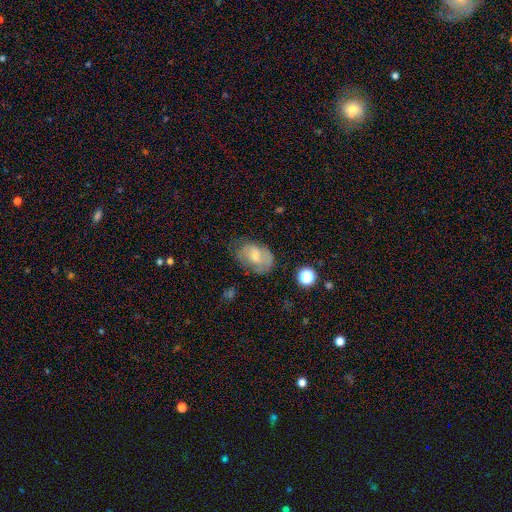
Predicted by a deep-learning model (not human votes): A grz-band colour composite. It shows a smooth galaxy with no disk features (56%) that is in between round and cigar-shaped (82%). Merging: none (51%).